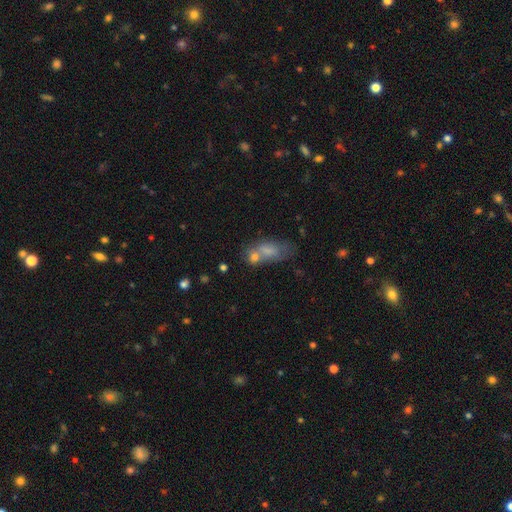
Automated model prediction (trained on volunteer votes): This appears to be a smooth galaxy with no disk features (60%) that is in between round and cigar-shaped (69%). Merging: none (41%).